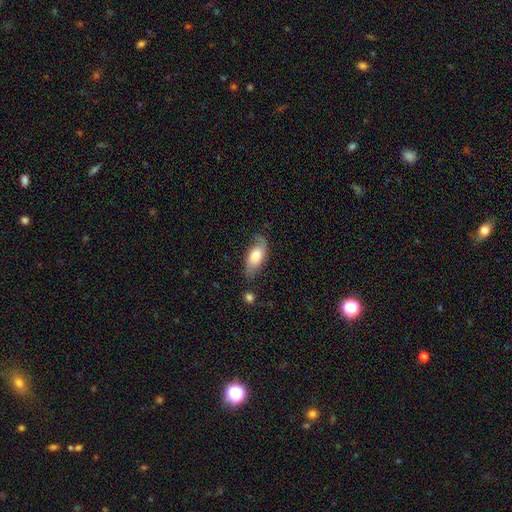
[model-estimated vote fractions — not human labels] smooth 51%, featured or disk 42%, star or artifact 7%. Down the decision tree: how rounded — in between (85%); merging — none (56%).